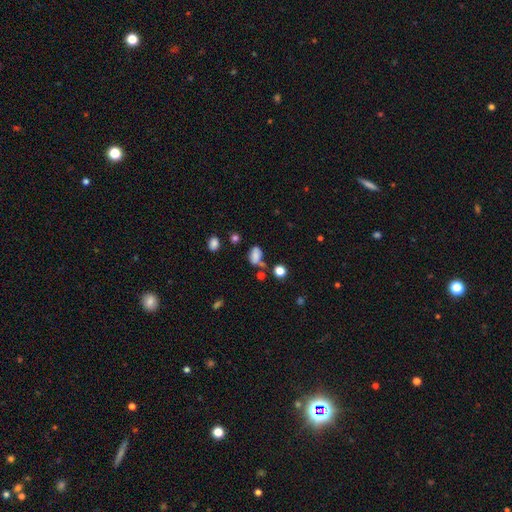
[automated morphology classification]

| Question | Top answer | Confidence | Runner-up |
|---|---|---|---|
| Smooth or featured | smooth | 74% | star or artifact (14%) |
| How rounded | in between | 82% | round (16%) |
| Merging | none | 43% | minor disturbance (26%) |